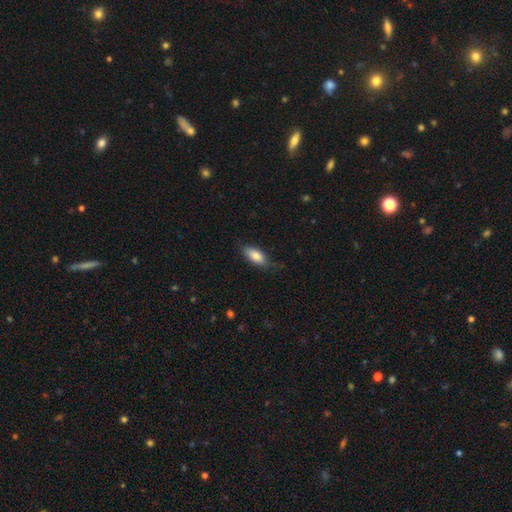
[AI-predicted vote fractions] Smooth or featured? smooth (82%)
How rounded? in between (85%)
Merging? none (75%)